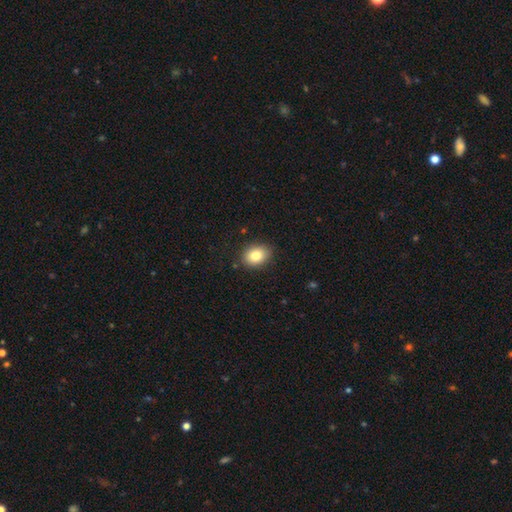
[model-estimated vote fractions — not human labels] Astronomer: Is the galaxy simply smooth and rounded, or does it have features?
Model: smooth — 83%.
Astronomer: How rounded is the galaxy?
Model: in between — 65%.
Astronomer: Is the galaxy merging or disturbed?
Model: none — 85%.